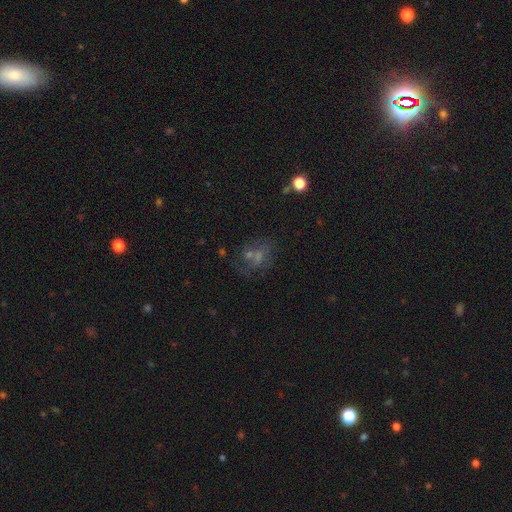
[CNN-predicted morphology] smooth_or_featured: featured or disk (p=0.38) [alt: smooth p=0.37]
merging: none (p=0.42) [alt: merger p=0.23]